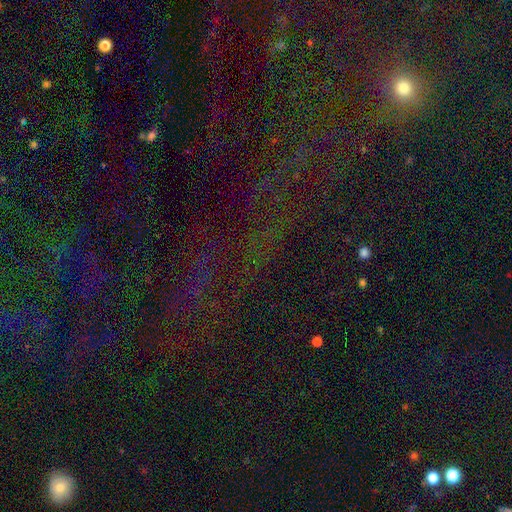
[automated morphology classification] This appears to be a star or artifact, not a galaxy (77%).